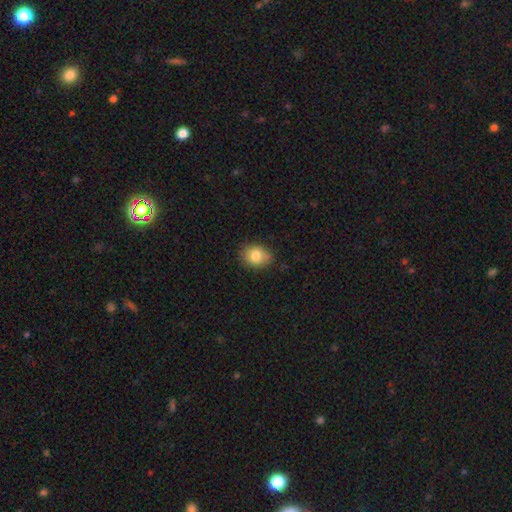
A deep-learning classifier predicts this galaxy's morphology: Overall: smooth (80%). How rounded: round (56%; in between 43%). Merging: none (73%).